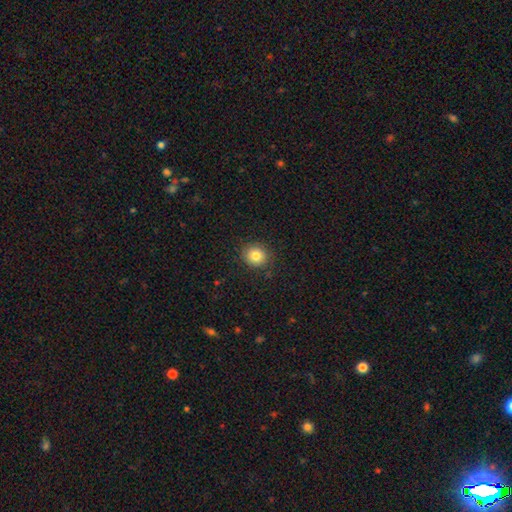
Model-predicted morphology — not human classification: Q: Smooth or featured?
A: smooth (82%); runner-up: star or artifact (11%)
Q: How rounded?
A: round (84%); runner-up: in between (15%)
Q: Merging?
A: none (89%); runner-up: minor disturbance (7%)